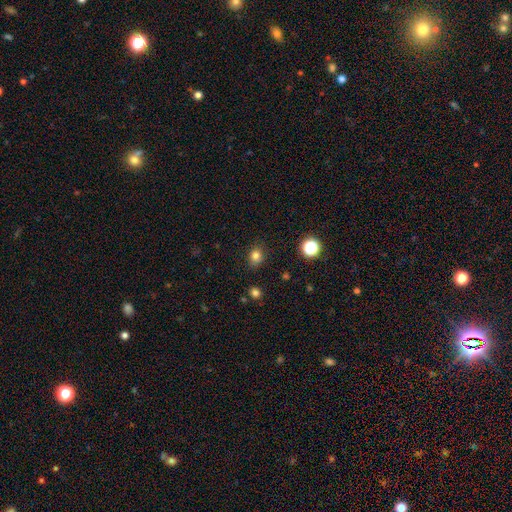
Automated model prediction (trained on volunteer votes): A smooth galaxy with no disk features (80%) that is round (56%).

Vote fractions:
- Smooth or featured? smooth: 80% / star or artifact: 14% / featured or disk: 6%
- How rounded? round: 56% / in between: 43% / cigar-shaped: 1%
- Merging? none: 84% / minor disturbance: 12% / major disturbance: 3% / merger: 1%